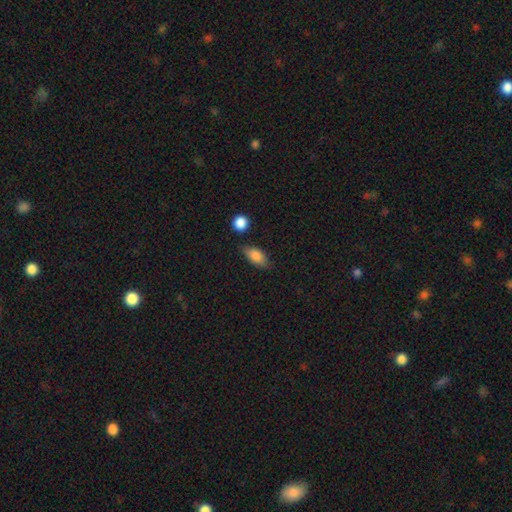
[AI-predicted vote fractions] The model was most divided on "merging": none: 74%, minor disturbance: 18%, major disturbance: 4%, merger: 4%. More confident: how rounded — in between (83%); smooth or featured — smooth (79%).